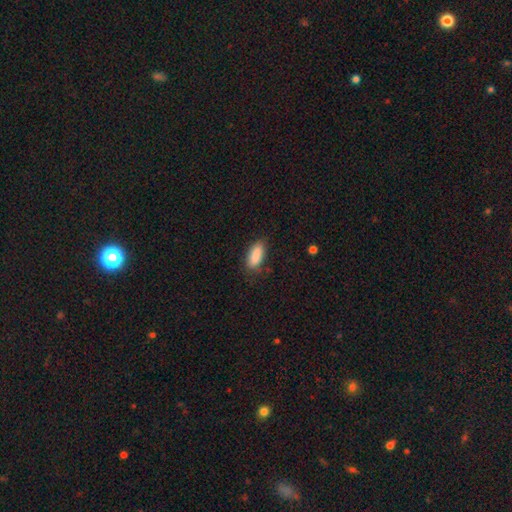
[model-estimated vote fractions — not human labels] Overall: smooth (88%). How rounded: in between (79%). Merging: none (74%).